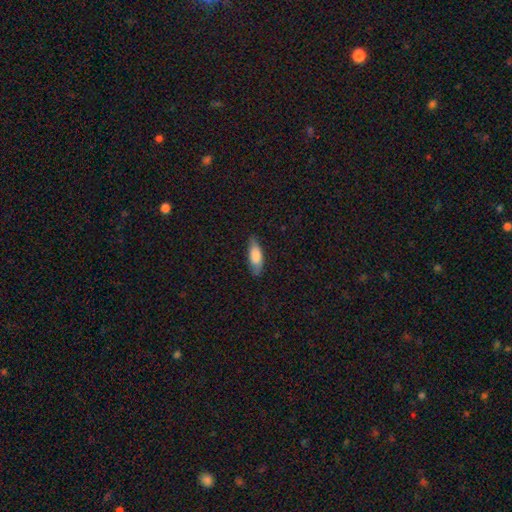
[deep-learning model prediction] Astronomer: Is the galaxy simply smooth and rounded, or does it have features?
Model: smooth — 78%.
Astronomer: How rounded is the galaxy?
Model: in between — 70%.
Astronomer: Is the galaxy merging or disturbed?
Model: none — 78%.